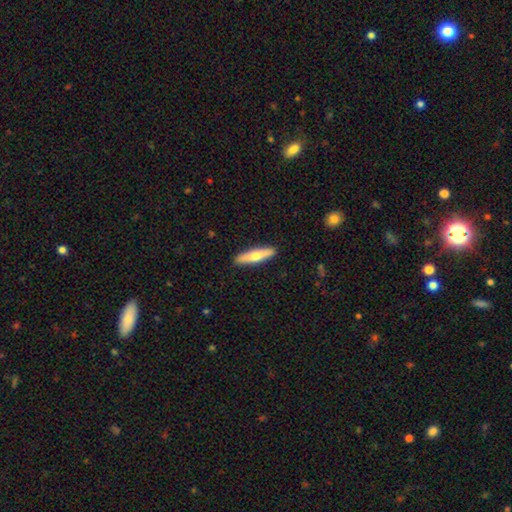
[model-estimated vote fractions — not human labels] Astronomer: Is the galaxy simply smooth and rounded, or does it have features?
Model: smooth — 57% (runner-up: featured or disk, 38%).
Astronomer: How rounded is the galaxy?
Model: cigar-shaped — 77%.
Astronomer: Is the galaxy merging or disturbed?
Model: none — 90%.